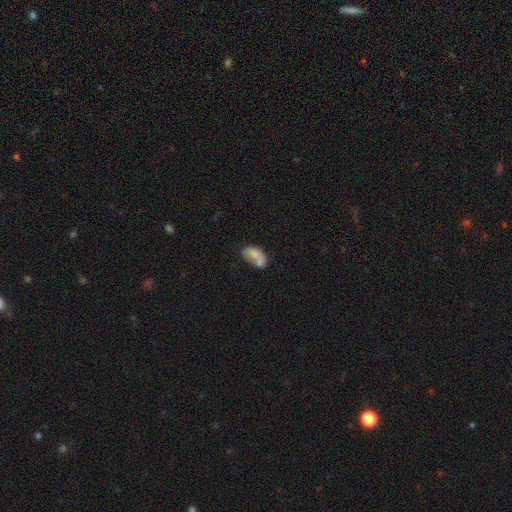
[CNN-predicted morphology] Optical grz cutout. It shows a smooth galaxy with no disk features (71%) that is in between round and cigar-shaped (88%). Merging: merger (47%).